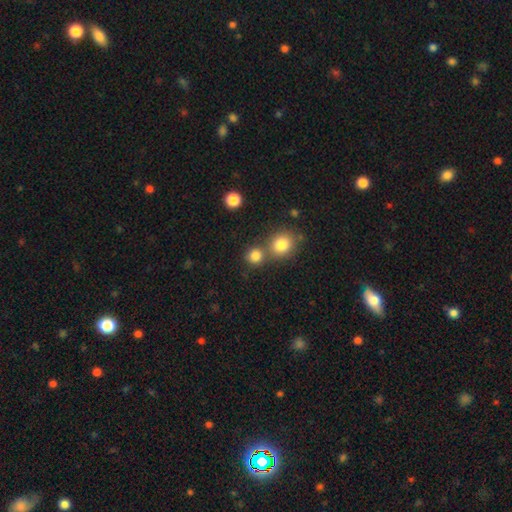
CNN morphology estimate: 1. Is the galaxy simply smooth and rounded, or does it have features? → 82% smooth, 12% star or artifact, 6% featured or disk.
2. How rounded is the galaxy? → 87% round, 12% in between, 1% cigar-shaped.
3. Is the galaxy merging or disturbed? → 60% none, 31% merger, 6% minor disturbance, 3% major disturbance.